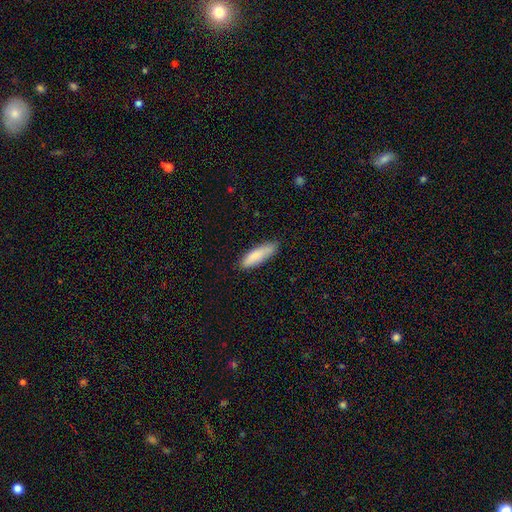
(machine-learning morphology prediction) Smooth or featured? Predicted: smooth (p=0.84). How rounded? Predicted: cigar-shaped (p=0.55). Merging? Predicted: none (p=0.77).